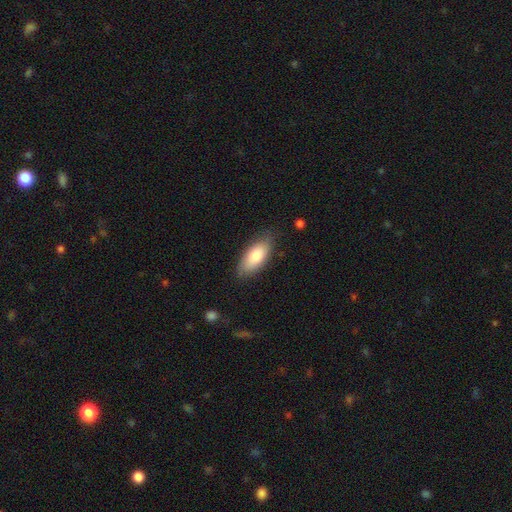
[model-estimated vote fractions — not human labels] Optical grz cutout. It shows a smooth galaxy with no disk features (79%) that is in between round and cigar-shaped (86%). Merging: none (80%).